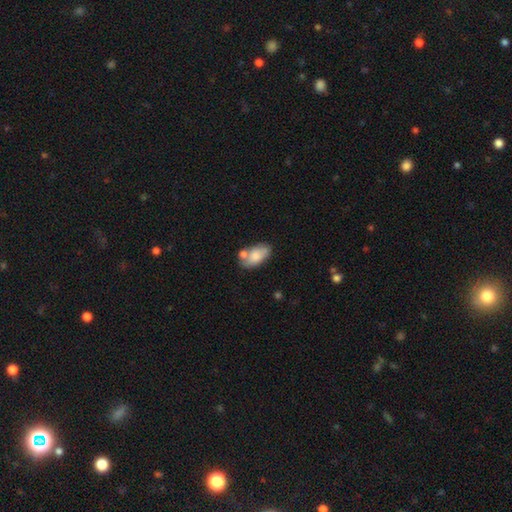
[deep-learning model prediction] This appears to be a smooth galaxy with no disk features (75%) that is in between round and cigar-shaped (93%). Merging: none (52%).